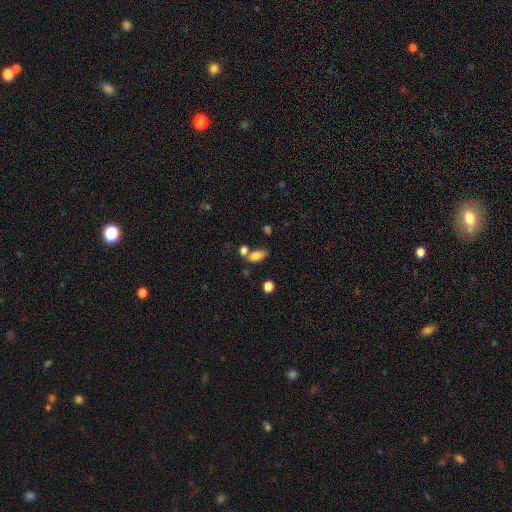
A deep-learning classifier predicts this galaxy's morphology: Q: Smooth or featured?
A: smooth (82%); runner-up: star or artifact (9%)
Q: How rounded?
A: in between (88%); runner-up: round (7%)
Q: Merging?
A: none (49%); runner-up: merger (30%)